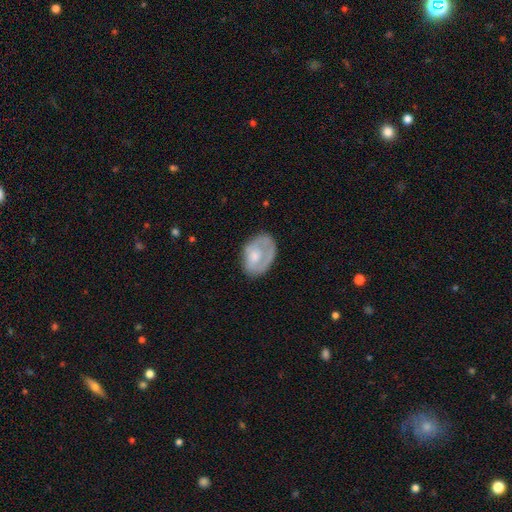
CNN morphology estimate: This appears to be a smooth galaxy with no disk features (47%, tied with featured or disk). Merging: none (51%).